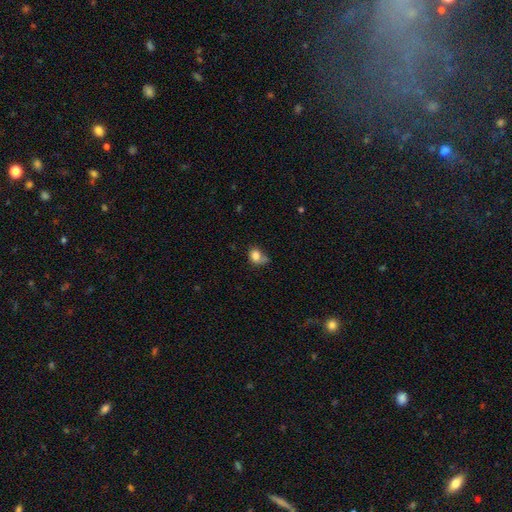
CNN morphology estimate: This appears to be a smooth galaxy with no disk features (82%) that is in between round and cigar-shaped (51%). Merging: none (45%).